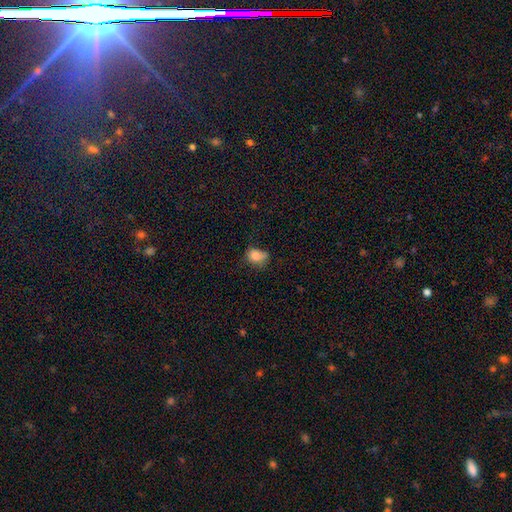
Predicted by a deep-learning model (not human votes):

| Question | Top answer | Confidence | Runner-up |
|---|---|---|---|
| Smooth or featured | smooth | 81% | star or artifact (10%) |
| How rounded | in between | 62% | round (37%) |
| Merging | none | 40% | minor disturbance (39%) |